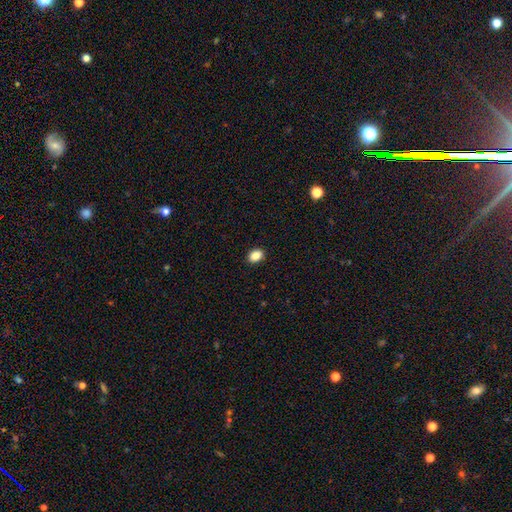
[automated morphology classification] type=smooth (88%); roundness=in between (77%); merging=none (90%).